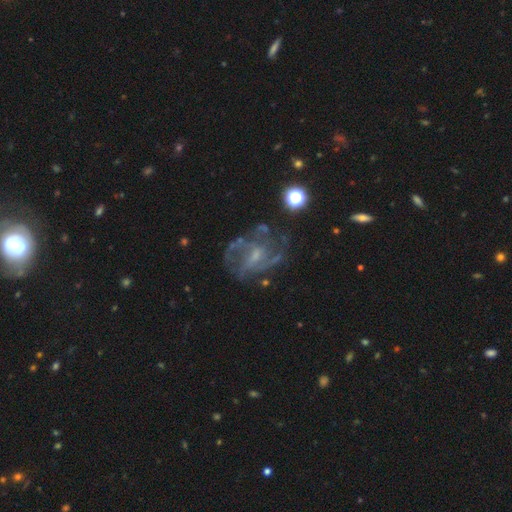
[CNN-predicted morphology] This appears to be a featured or disk galaxy (81%) with a weak bar (52%), 2 (38%) medium (50%) spiral arms (87%) and a small central bulge (52%). Merging: none (61%).